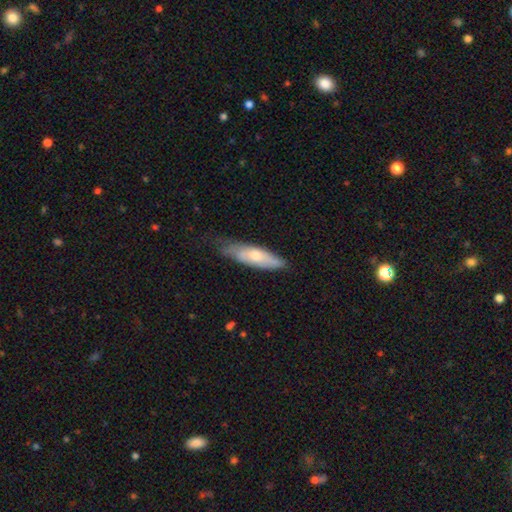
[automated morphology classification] smooth 53%, featured or disk 41%, star or artifact 6%. Down the decision tree: how rounded — cigar-shaped (52%); merging — none (56%).